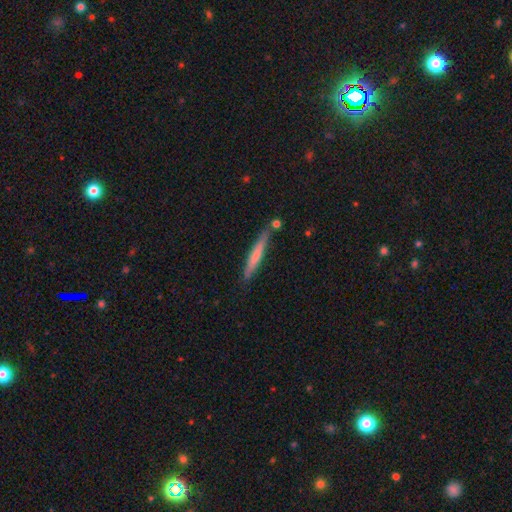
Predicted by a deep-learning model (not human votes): A smooth galaxy with no disk features (59%) that is cigar-shaped (95%).

Vote fractions:
- Smooth or featured? smooth: 59% / featured or disk: 35% / star or artifact: 6%
- How rounded? cigar-shaped: 95% / in between: 4% / round: 1%
- Merging? none: 79% / minor disturbance: 13% / merger: 6% / major disturbance: 2%